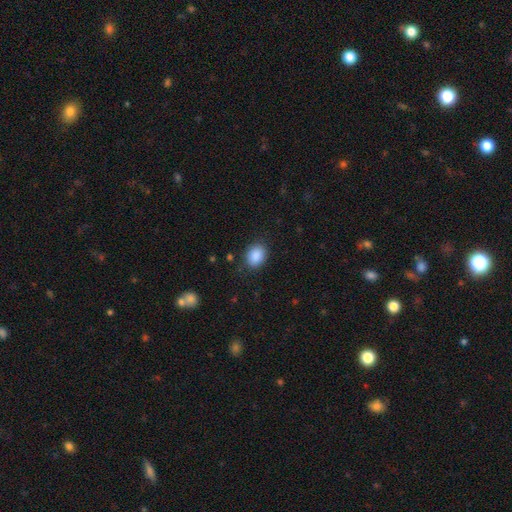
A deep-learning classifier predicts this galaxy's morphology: The model was most divided on "how rounded": in between: 61%, round: 38%, cigar-shaped: 1%. More confident: smooth or featured — smooth (89%); merging — none (84%).